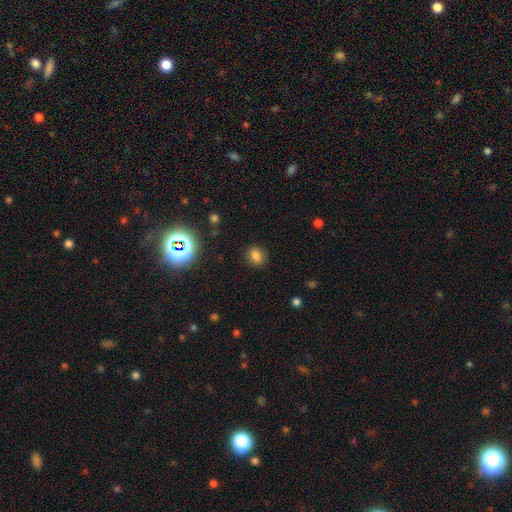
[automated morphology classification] Smooth or featured?
  - smooth: 79% *
  - star or artifact: 15%
  - featured or disk: 6%
How rounded?
  - round: 57% *
  - in between: 41%
  - cigar-shaped: 1%
Merging?
  - none: 87% *
  - minor disturbance: 9%
  - major disturbance: 3%
  - merger: 1%